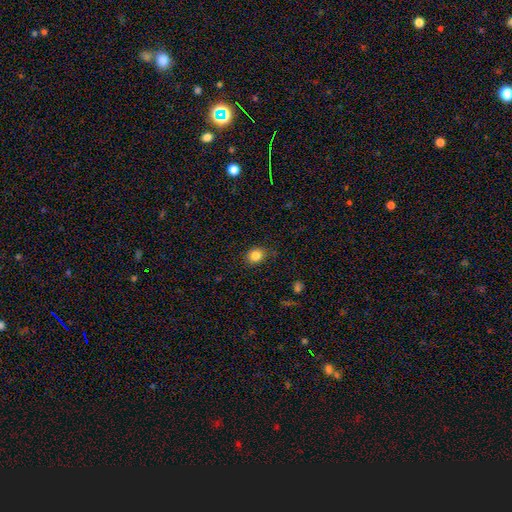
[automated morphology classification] smooth 84%, star or artifact 11%, featured or disk 6%. Down the decision tree: how rounded — round (59%); merging — none (84%).